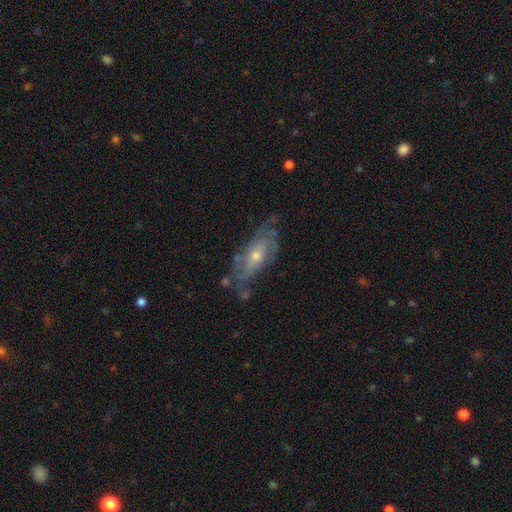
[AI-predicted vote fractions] Smooth or featured: featured or disk — 66% (smooth — 27%)
Edge-on disk: no — 80% (yes — 20%)
Bar: no — 75% (weak — 21%)
Spiral arms: yes — 67% (no — 33%)
Bulge size: moderate — 49% (small — 46%)
Merging: none — 58% (minor disturbance — 26%)